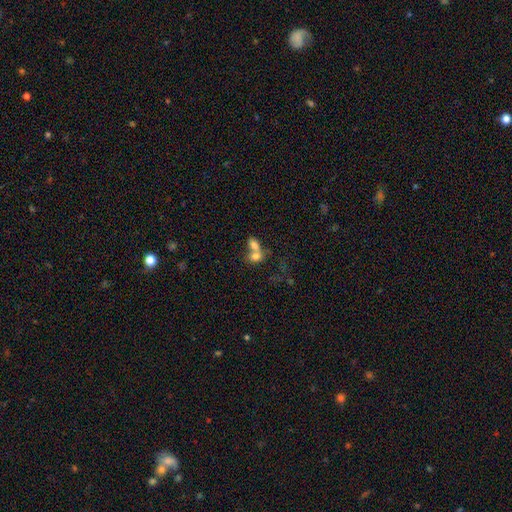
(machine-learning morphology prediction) Q: Smooth or featured?
A: smooth (74%); runner-up: featured or disk (15%)
Q: How rounded?
A: in between (69%); runner-up: round (29%)
Q: Merging?
A: merger (70%); runner-up: none (19%)